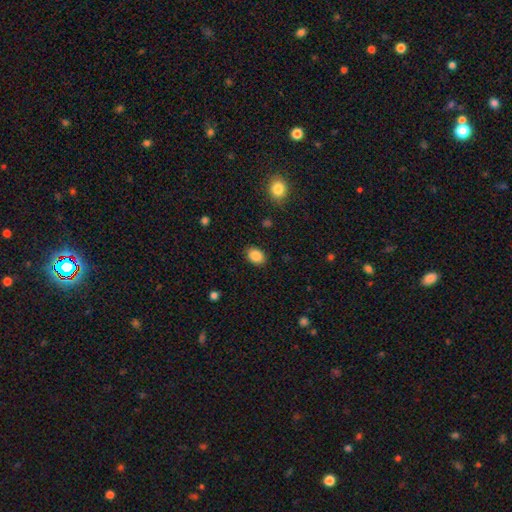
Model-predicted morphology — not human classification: A smooth galaxy with no disk features (88%) that is in between round and cigar-shaped (74%).

Vote fractions:
- Smooth or featured? smooth: 88% / star or artifact: 8% / featured or disk: 4%
- How rounded? in between: 74% / round: 25% / cigar-shaped: 1%
- Merging? none: 87% / minor disturbance: 9% / major disturbance: 3% / merger: 1%